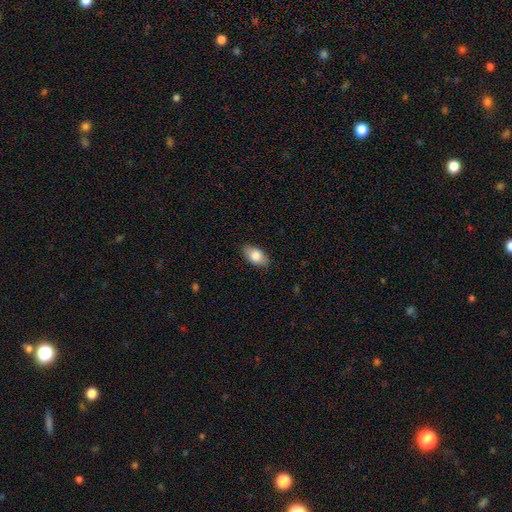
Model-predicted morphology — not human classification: type=smooth (81%); roundness=in between (91%); merging=none (85%).